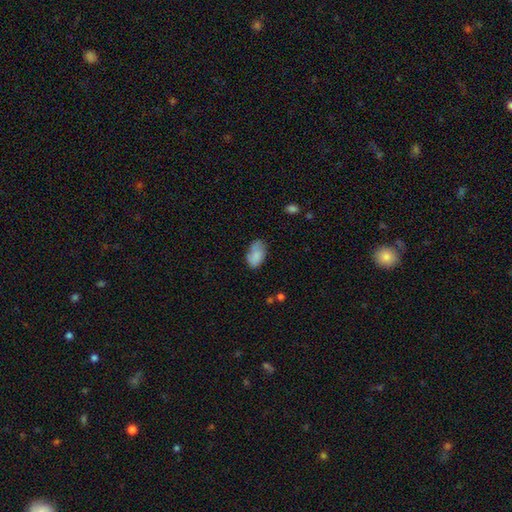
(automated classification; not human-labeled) Smooth or featured? Predicted: smooth (p=0.80). How rounded? Predicted: in between (p=0.92). Merging? Predicted: none (p=0.60).